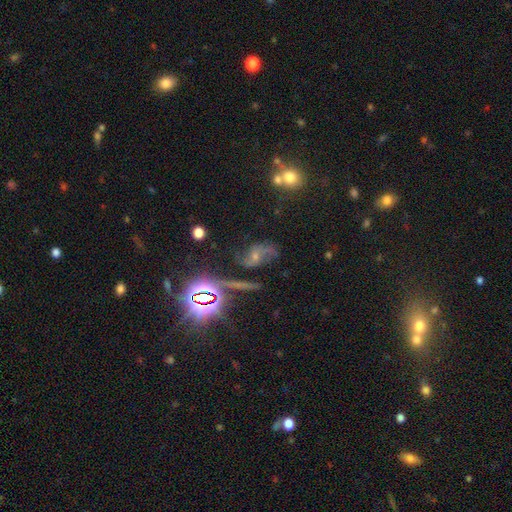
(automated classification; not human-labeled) Morphology: type=featured or disk (65%); edge-on=no (94%); bar=no (56%); spiral arms=yes (89%); winding=loose (67%); arm count=2 (86%); bulge=small (50%); merging=none (54%).